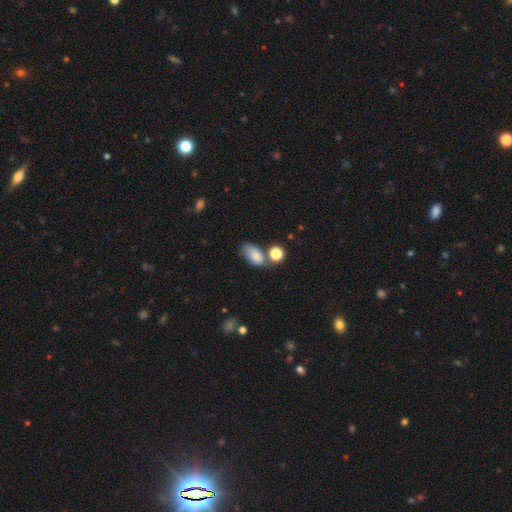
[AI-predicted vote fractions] A smooth galaxy with no disk features (78%) that is in between round and cigar-shaped (88%). Merging: none (42%).